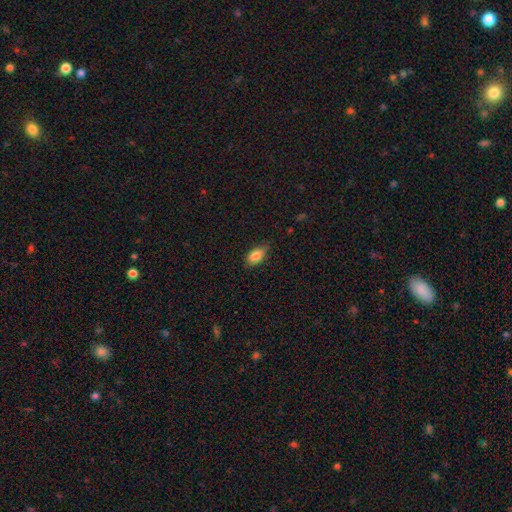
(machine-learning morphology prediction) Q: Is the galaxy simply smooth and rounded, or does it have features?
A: smooth — 83%.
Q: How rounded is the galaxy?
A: in between — 88%.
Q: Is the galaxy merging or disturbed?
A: none — 71%.